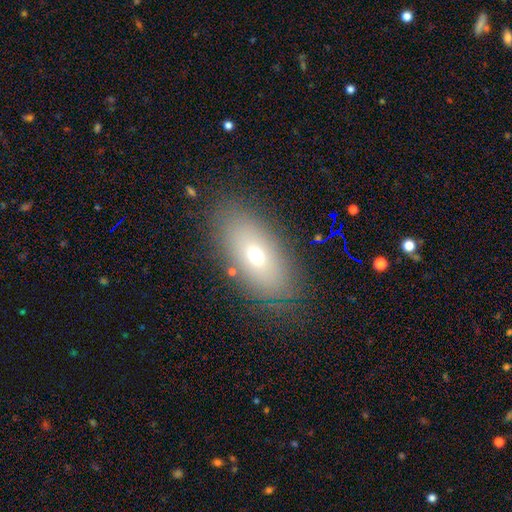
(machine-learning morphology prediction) A smooth galaxy with no disk features (63%) that is in between round and cigar-shaped (84%).

Vote fractions:
- Smooth or featured? smooth: 63% / featured or disk: 24% / star or artifact: 13%
- How rounded? in between: 84% / cigar-shaped: 9% / round: 7%
- Merging? none: 84% / minor disturbance: 10% / major disturbance: 4% / merger: 2%